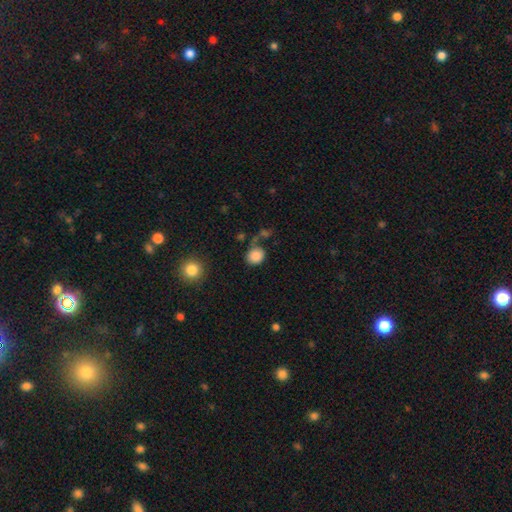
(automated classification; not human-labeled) smooth_or_featured: smooth (p=0.85) [alt: star or artifact p=0.09]
how_rounded: round (p=0.75) [alt: in between p=0.24]
merging: none (p=0.61) [alt: minor disturbance p=0.17]